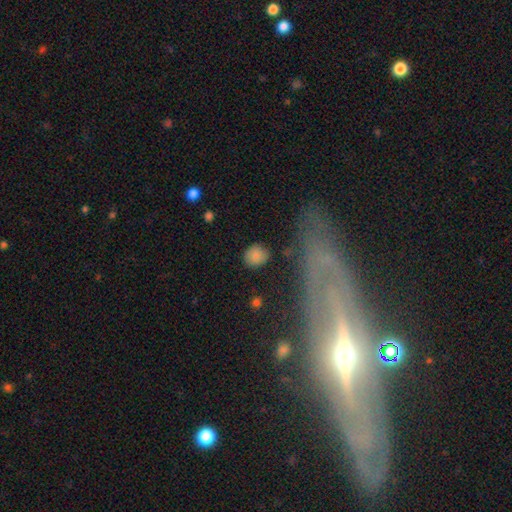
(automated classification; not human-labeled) smooth_or_featured: smooth (p=0.82) [alt: star or artifact p=0.10]
how_rounded: round (p=0.73) [alt: in between p=0.26]
merging: none (p=0.78) [alt: minor disturbance p=0.15]